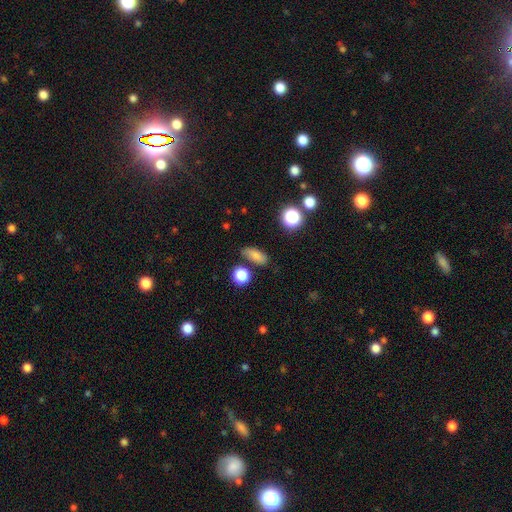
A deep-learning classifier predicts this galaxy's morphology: Q: Smooth or featured?
A: smooth (78%); runner-up: star or artifact (12%)
Q: How rounded?
A: in between (76%); runner-up: cigar-shaped (13%)
Q: Merging?
A: none (75%); runner-up: minor disturbance (15%)